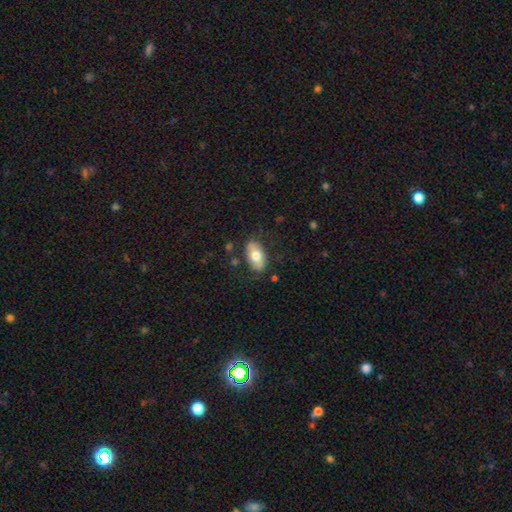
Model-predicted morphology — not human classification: smooth 64%, featured or disk 30%, star or artifact 6%. Down the decision tree: how rounded — in between (92%); merging — none (76%).